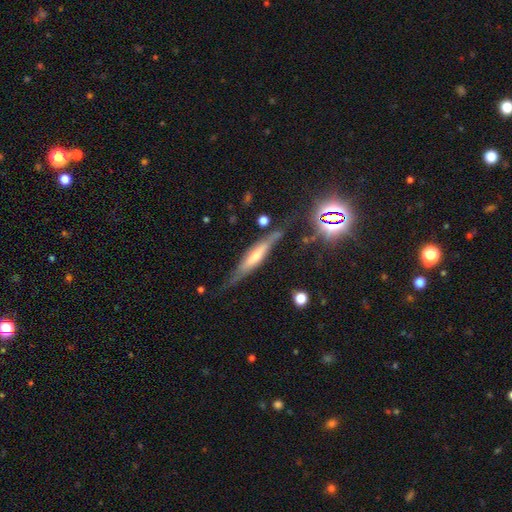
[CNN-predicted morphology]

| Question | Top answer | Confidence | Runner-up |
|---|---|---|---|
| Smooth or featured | featured or disk | 58% | smooth (35%) |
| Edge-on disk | yes | 86% | no (14%) |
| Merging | none | 67% | minor disturbance (22%) |